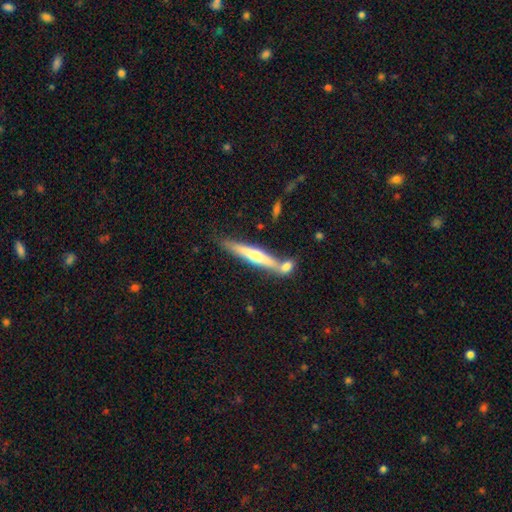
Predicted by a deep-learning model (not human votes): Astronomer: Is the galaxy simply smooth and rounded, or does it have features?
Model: featured or disk — 54% (runner-up: smooth, 41%).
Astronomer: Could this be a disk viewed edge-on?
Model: yes — 94%.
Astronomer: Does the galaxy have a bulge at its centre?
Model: rounded — 81%.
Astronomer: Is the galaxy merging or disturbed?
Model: none — 61%.